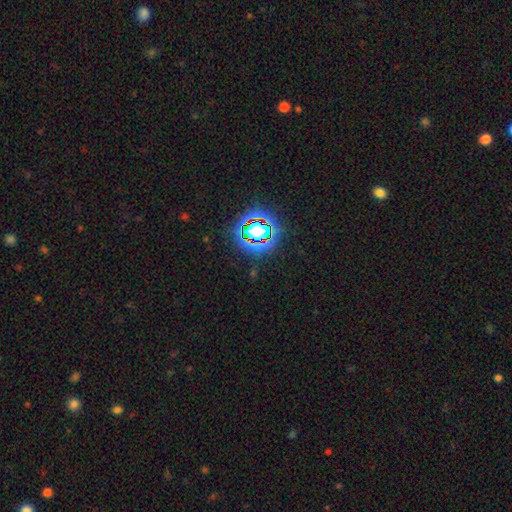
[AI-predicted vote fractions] Smooth or featured: star or artifact — 77% (smooth — 14%)